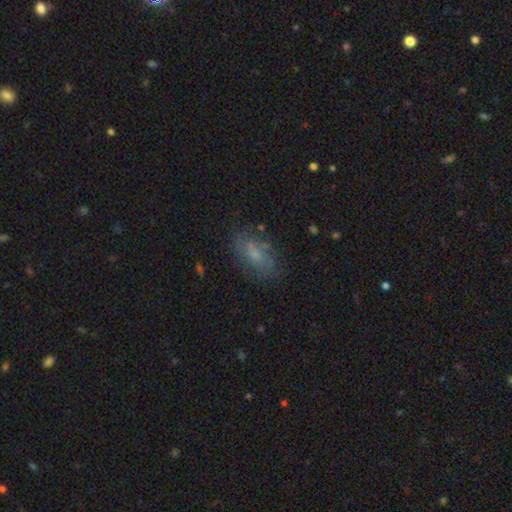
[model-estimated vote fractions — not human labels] Overall: smooth (56%; featured or disk 32%). How rounded: in between (85%). Merging: none (71%).